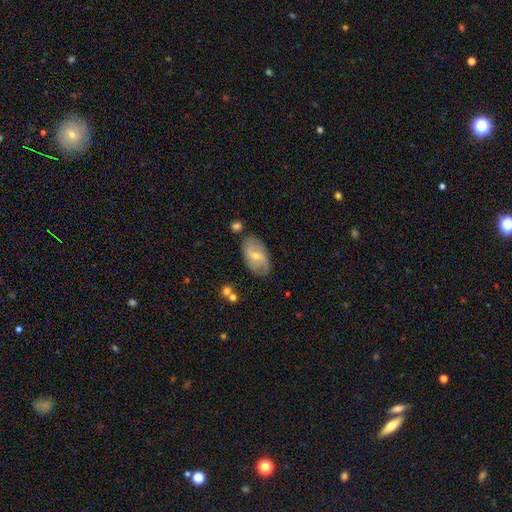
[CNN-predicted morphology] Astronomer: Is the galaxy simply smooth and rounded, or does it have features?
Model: featured or disk — 53% (runner-up: smooth, 40%).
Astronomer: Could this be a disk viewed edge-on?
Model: no — 94%.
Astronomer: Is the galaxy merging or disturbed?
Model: none — 75%.